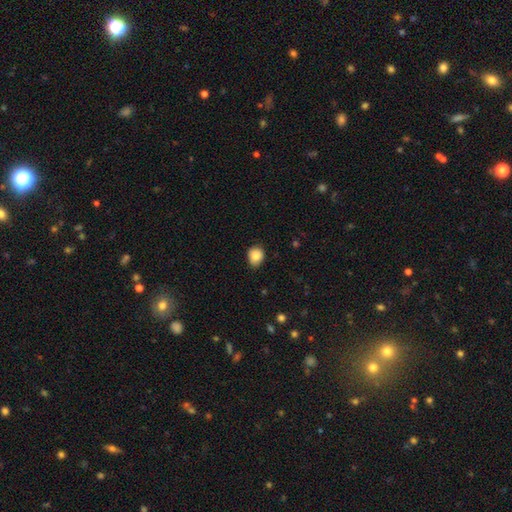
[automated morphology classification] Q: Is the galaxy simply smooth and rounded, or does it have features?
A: smooth — 86%.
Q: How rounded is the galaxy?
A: round — 64%.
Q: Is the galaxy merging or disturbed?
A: none — 77%.